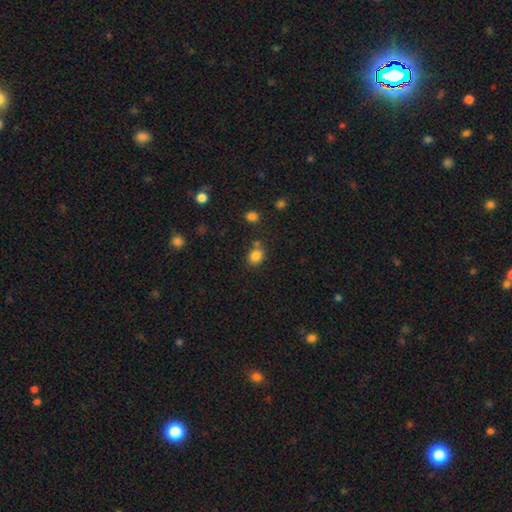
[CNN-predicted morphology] This is clearly a smooth galaxy (83%). How rounded: possibly round (57%). Merging: likely none (65%).